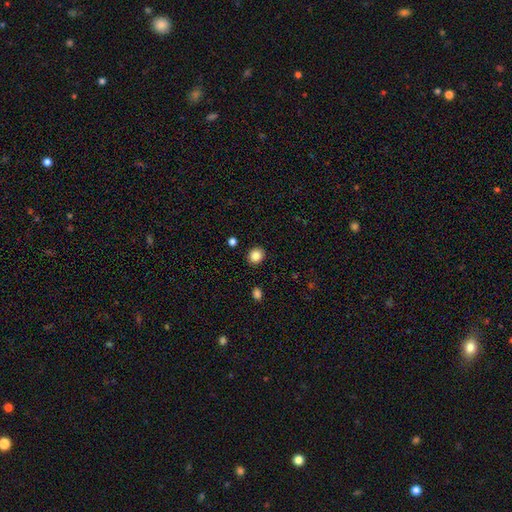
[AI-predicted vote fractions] The model was most divided on "how rounded": round: 75%, in between: 24%, cigar-shaped: 1%. More confident: merging — none (91%); smooth or featured — smooth (85%).